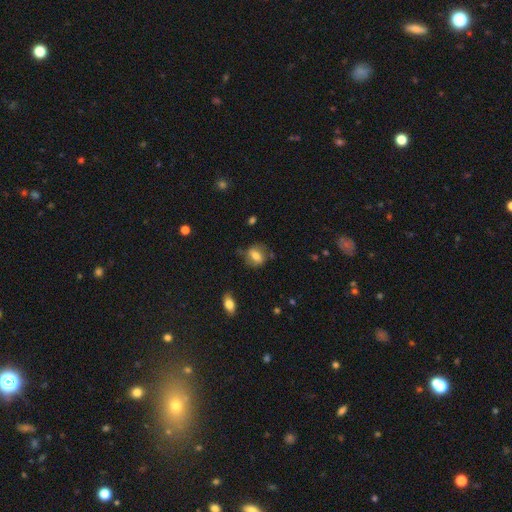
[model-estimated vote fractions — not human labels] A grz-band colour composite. It shows a smooth galaxy with no disk features (67%) that is in between round and cigar-shaped (59%). Merging: none (69%).